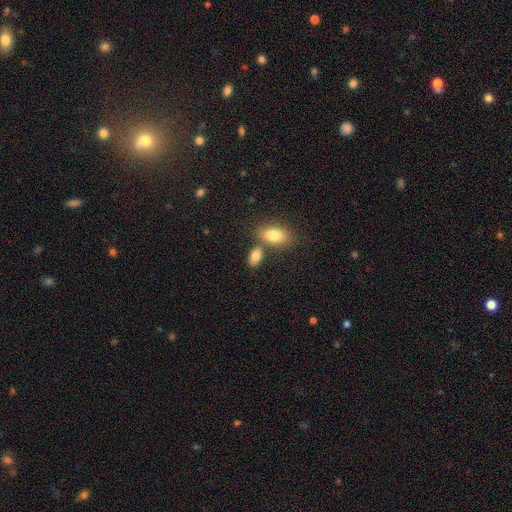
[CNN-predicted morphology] This appears to be a smooth galaxy with no disk features (82%) that is in between round and cigar-shaped (89%). Merging: none (59%).